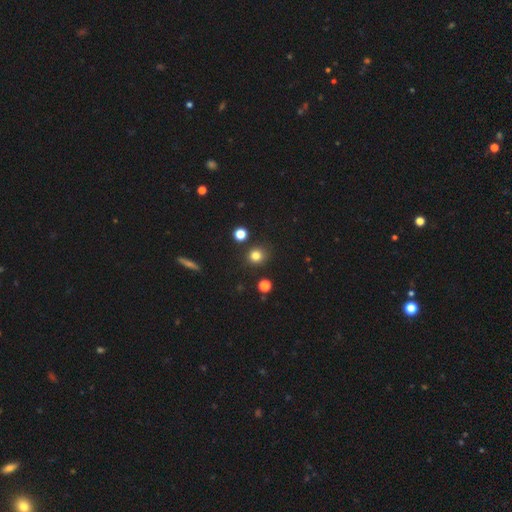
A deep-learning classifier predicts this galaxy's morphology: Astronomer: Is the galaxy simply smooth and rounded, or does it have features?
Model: smooth — 80%.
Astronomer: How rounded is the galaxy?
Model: round — 88%.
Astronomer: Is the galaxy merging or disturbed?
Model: none — 85%.